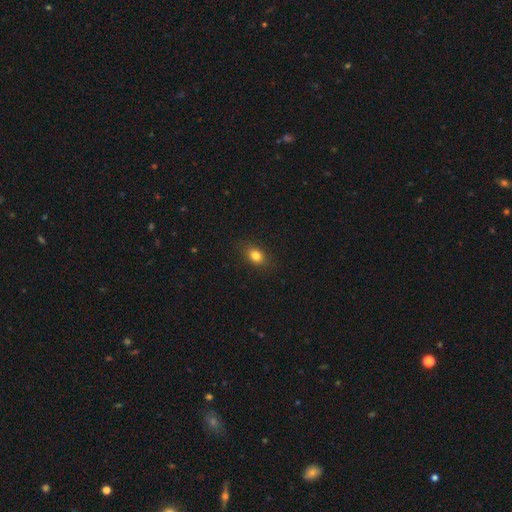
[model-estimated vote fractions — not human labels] Q: Smooth or featured?
A: smooth (82%); runner-up: star or artifact (10%)
Q: How rounded?
A: in between (70%); runner-up: round (28%)
Q: Merging?
A: none (87%); runner-up: minor disturbance (10%)